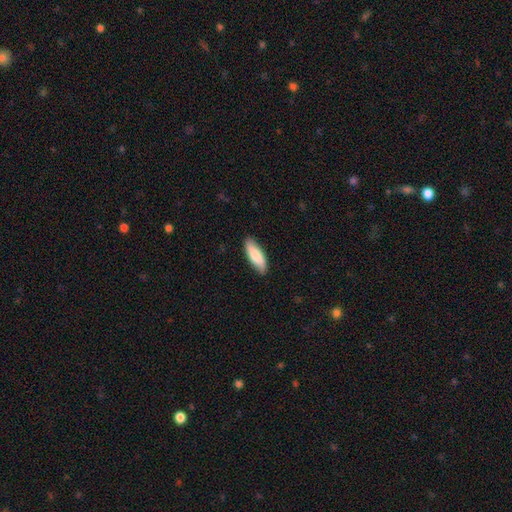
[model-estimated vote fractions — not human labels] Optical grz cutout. It shows a smooth galaxy with no disk features (81%) that is in between round and cigar-shaped (57%). Merging: none (85%).